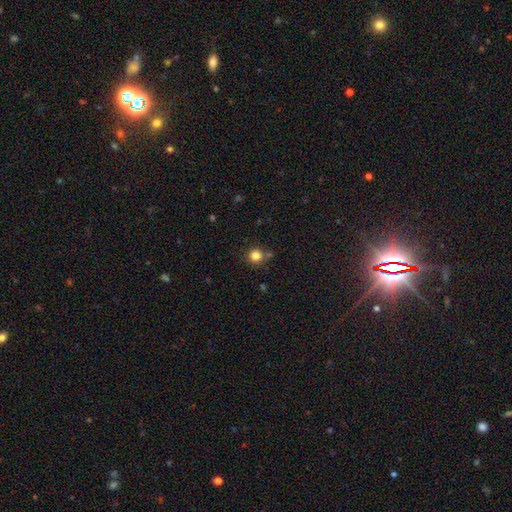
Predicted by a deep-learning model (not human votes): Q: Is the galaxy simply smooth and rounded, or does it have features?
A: smooth — 82%.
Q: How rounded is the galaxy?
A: round — 93%.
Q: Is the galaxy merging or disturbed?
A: none — 81%.